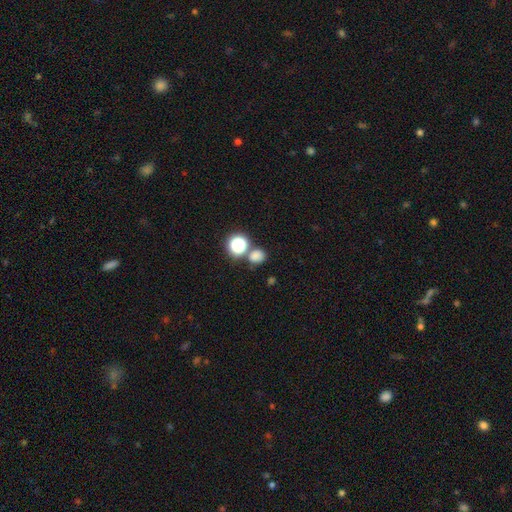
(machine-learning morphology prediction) A smooth galaxy with no disk features (74%) that is round (71%).

Vote fractions:
- Smooth or featured? smooth: 74% / star or artifact: 20% / featured or disk: 6%
- How rounded? round: 71% / in between: 28% / cigar-shaped: 1%
- Merging? none: 66% / merger: 20% / minor disturbance: 10% / major disturbance: 4%